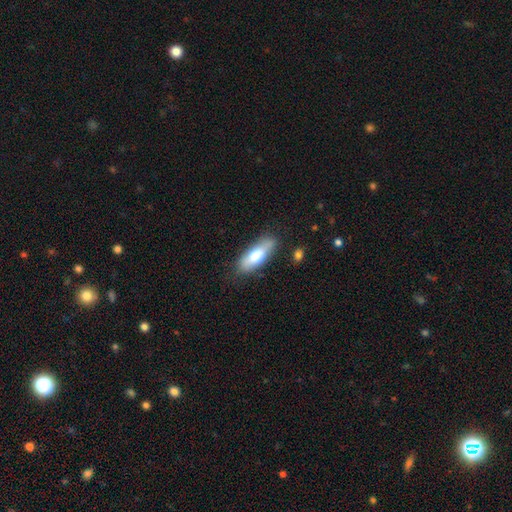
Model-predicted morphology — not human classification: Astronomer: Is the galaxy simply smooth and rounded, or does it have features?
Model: smooth — 70%.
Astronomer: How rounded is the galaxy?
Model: in between — 64%.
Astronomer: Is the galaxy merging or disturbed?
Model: none — 76%.